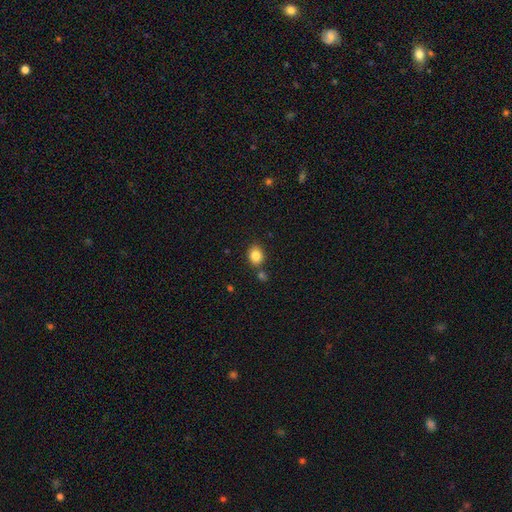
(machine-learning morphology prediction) Smooth or featured: smooth — 84% (star or artifact — 10%)
How rounded: round — 59% (in between — 40%)
Merging: none — 74% (minor disturbance — 12%)